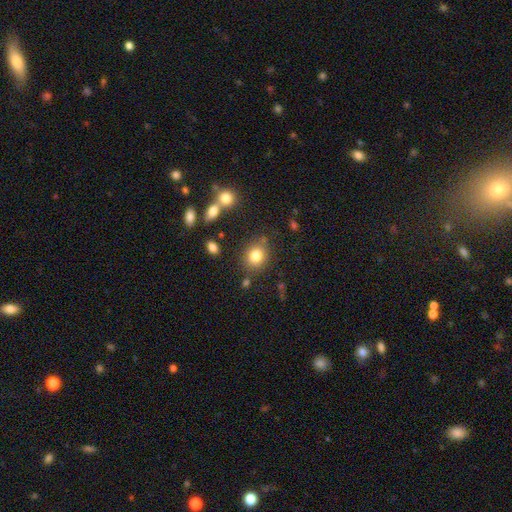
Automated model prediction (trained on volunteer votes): Smooth or featured?
  - smooth: 82% *
  - star or artifact: 11%
  - featured or disk: 8%
How rounded?
  - round: 71% *
  - in between: 28%
  - cigar-shaped: 1%
Merging?
  - none: 79% *
  - minor disturbance: 11%
  - merger: 6%
  - major disturbance: 4%